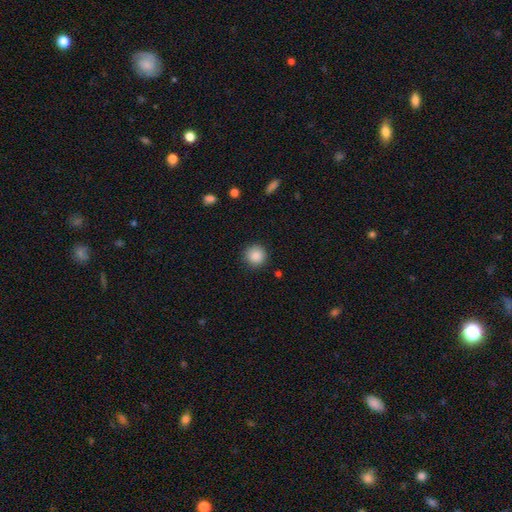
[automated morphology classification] Smooth or featured? Predicted: smooth (p=0.87). How rounded? Predicted: round (p=0.94). Merging? Predicted: none (p=0.89).